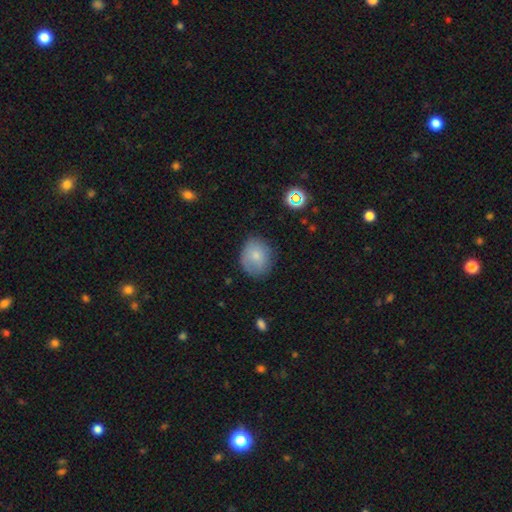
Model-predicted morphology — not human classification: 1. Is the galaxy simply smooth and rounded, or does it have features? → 78% smooth, 14% featured or disk, 8% star or artifact.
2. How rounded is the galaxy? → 65% round, 34% in between, 1% cigar-shaped.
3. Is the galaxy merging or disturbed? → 74% none, 20% minor disturbance, 5% major disturbance, 1% merger.